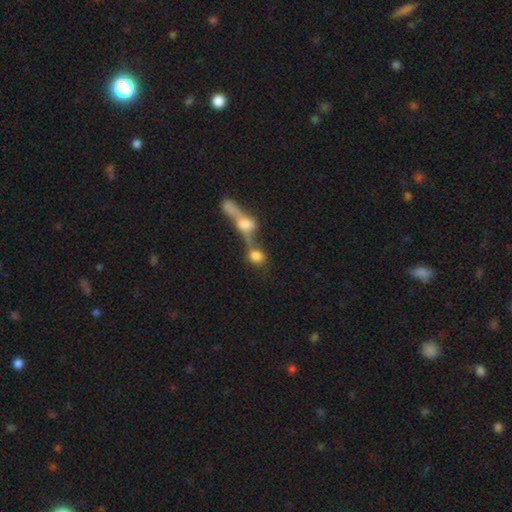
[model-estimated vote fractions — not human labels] Smooth or featured?
  - smooth: 72% *
  - featured or disk: 17%
  - star or artifact: 11%
How rounded?
  - in between: 49% *
  - round: 45%
  - cigar-shaped: 6%
Merging?
  - merger: 62% *
  - none: 22%
  - major disturbance: 8%
  - minor disturbance: 8%